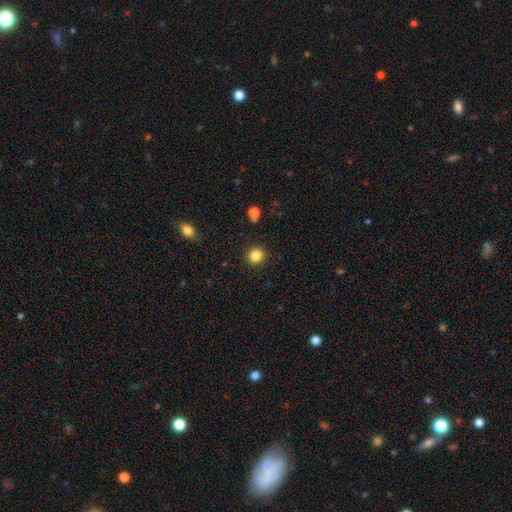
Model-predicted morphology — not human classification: smooth-or-featured: smooth: 84% | star or artifact: 11% | featured or disk: 5%
  how-rounded: round: 86% | in between: 13% | cigar-shaped: 1%
  merging: none: 91% | minor disturbance: 6% | major disturbance: 2% | merger: 1%